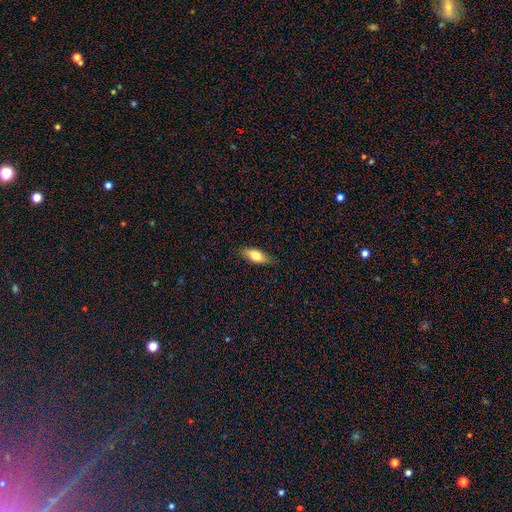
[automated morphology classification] smooth 72%, featured or disk 21%, star or artifact 7%. Down the decision tree: how rounded — in between (75%); merging — none (84%).